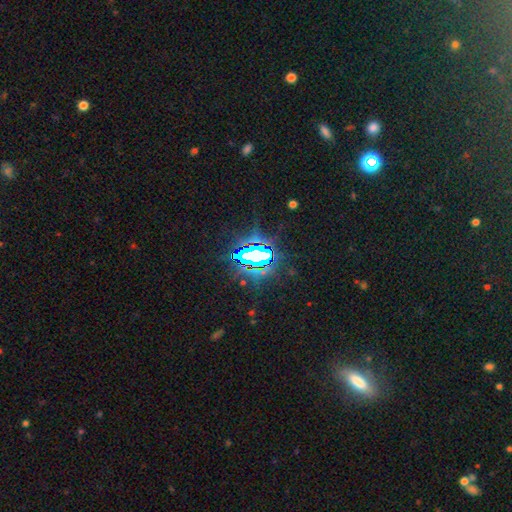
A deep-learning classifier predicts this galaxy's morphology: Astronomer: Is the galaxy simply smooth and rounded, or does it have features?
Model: star or artifact — 76%.